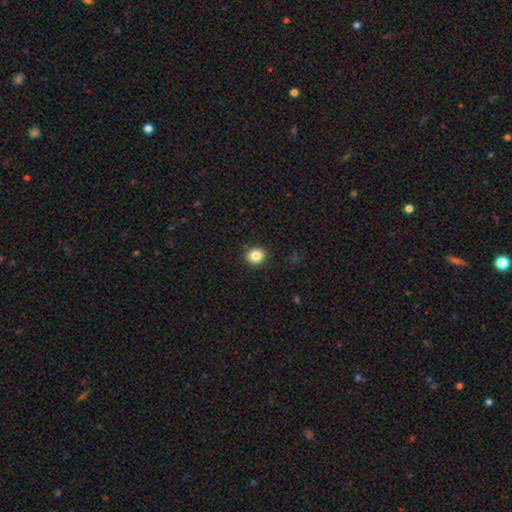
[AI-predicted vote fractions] Q: Smooth or featured?
A: smooth (85%); runner-up: star or artifact (10%)
Q: How rounded?
A: round (79%); runner-up: in between (20%)
Q: Merging?
A: none (91%); runner-up: minor disturbance (6%)